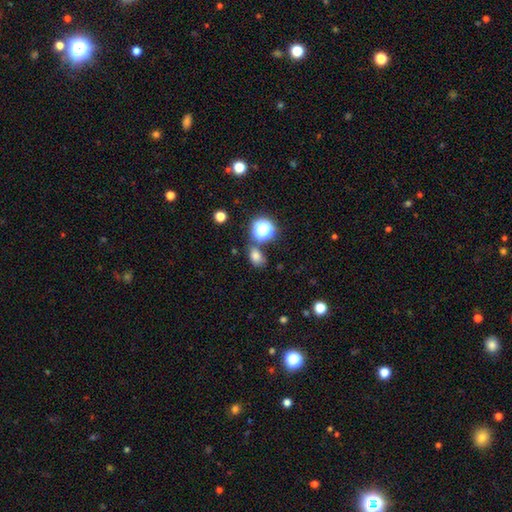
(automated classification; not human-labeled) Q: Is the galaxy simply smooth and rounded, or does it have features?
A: smooth — 73%.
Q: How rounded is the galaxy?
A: in between — 65%.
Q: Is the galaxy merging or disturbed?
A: none — 64%.